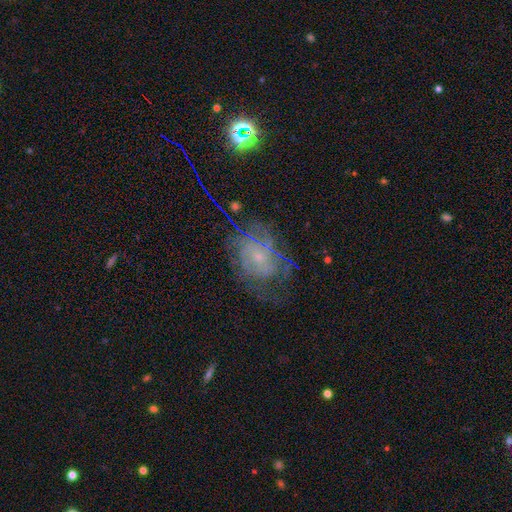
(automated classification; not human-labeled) A featured or disk galaxy (60%) with no bar (70%), spiral arms (81%) and a small central bulge (75%).

Vote fractions:
- Smooth or featured? featured or disk: 60% / star or artifact: 23% / smooth: 16%
- Edge-on disk? no: 96% / yes: 4%
- Bar? no: 70% / weak: 25% / strong: 6%
- Spiral arms? yes: 81% / no: 19%
- Bulge size? small: 75% / moderate: 16% / none: 6% / large: 2% / dominant: 1%
- Merging? none: 65% / minor disturbance: 18% / major disturbance: 15% / merger: 2%